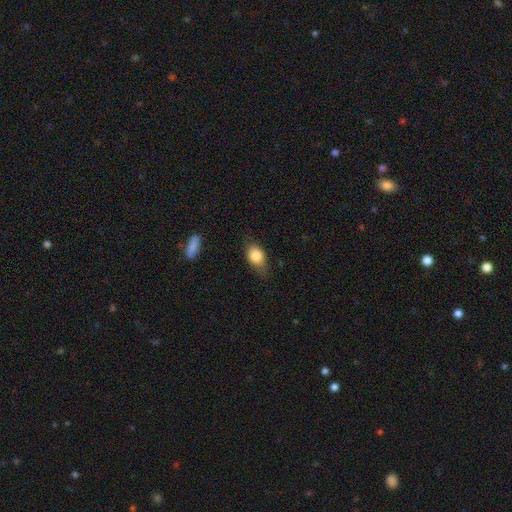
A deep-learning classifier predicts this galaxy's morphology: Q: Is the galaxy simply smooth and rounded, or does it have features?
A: smooth — 82%.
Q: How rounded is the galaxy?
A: in between — 75%.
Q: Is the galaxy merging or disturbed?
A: none — 66%.